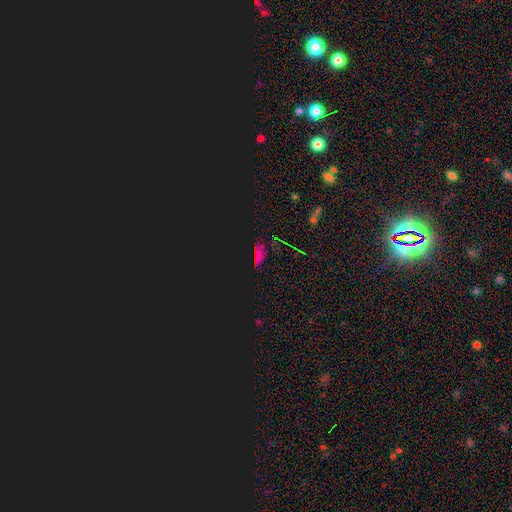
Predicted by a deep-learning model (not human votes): Smooth or featured: star or artifact — 68% (smooth — 24%)